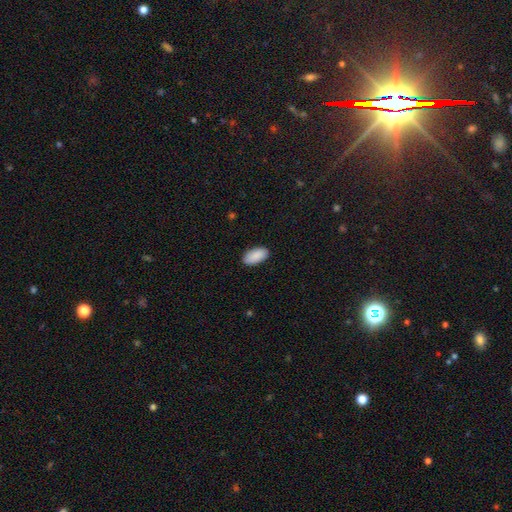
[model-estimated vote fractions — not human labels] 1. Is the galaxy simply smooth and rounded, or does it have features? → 90% smooth, 6% star or artifact, 4% featured or disk.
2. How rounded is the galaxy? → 95% in between, 3% cigar-shaped, 2% round.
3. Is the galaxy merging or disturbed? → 87% none, 10% minor disturbance, 2% major disturbance, 1% merger.